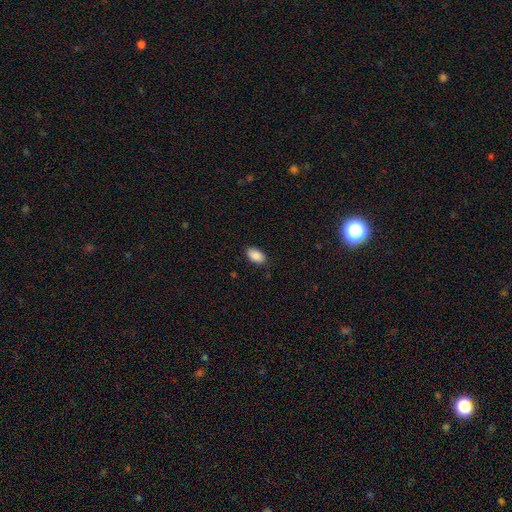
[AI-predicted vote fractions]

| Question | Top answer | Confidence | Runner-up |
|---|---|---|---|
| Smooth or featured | smooth | 89% | star or artifact (7%) |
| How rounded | in between | 93% | round (5%) |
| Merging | none | 84% | minor disturbance (12%) |